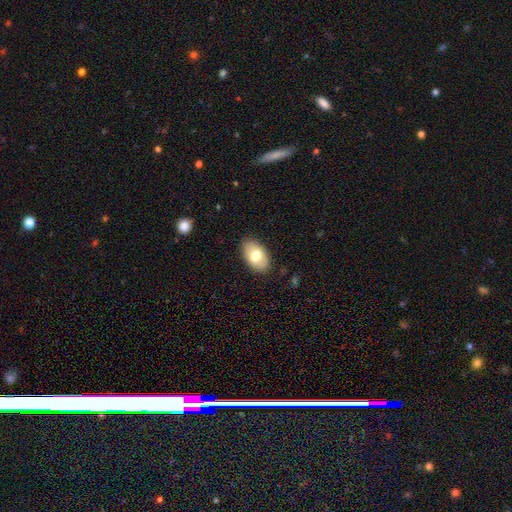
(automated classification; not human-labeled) A smooth galaxy with no disk features (72%) that is in between round and cigar-shaped (92%).

Vote fractions:
- Smooth or featured? smooth: 72% / featured or disk: 21% / star or artifact: 7%
- How rounded? in between: 92% / round: 7% / cigar-shaped: 1%
- Merging? none: 87% / minor disturbance: 10% / major disturbance: 2% / merger: 1%